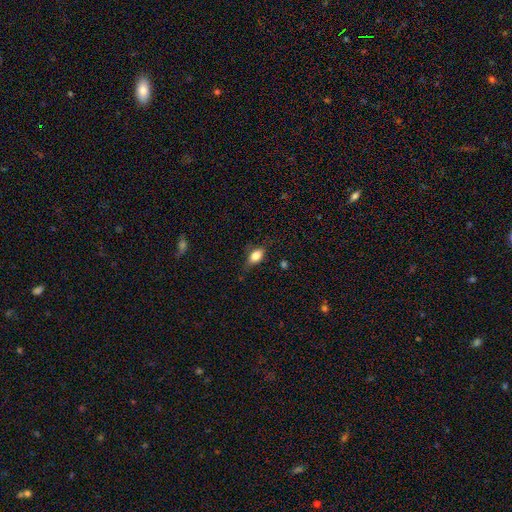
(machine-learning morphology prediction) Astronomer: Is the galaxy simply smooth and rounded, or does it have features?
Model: smooth — 81%.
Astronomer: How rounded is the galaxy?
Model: in between — 85%.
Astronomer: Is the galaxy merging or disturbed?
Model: none — 67%.